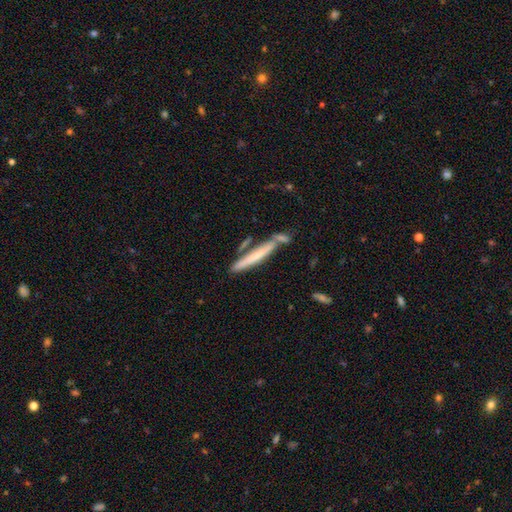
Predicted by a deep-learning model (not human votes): Morphology: type=smooth (56%); roundness=cigar-shaped (94%); merging=none (63%).